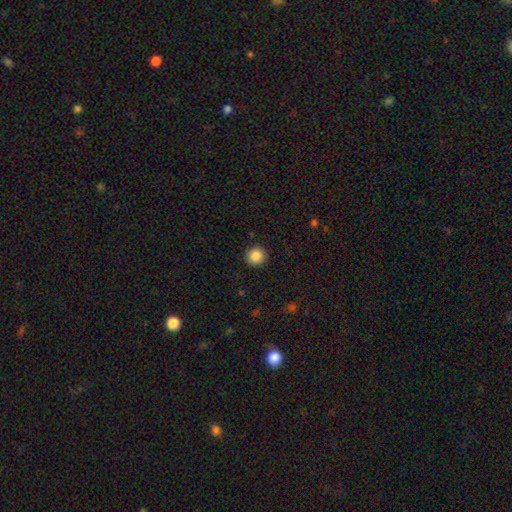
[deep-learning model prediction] Q: Smooth or featured?
A: smooth (86%); runner-up: star or artifact (10%)
Q: How rounded?
A: round (95%); runner-up: in between (4%)
Q: Merging?
A: none (92%); runner-up: minor disturbance (5%)